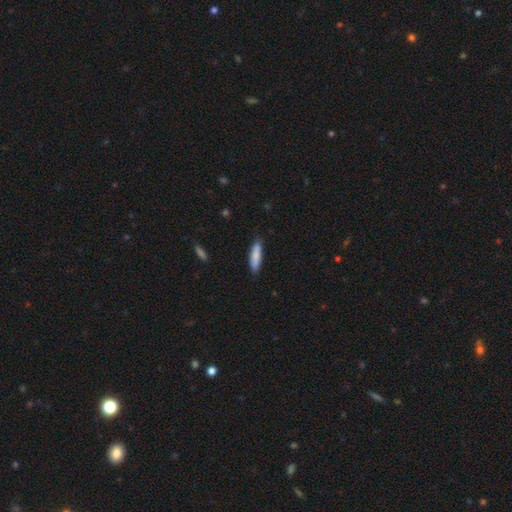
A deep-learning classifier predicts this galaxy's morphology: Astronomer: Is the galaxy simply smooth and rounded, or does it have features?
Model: smooth — 81%.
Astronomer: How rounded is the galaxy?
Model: cigar-shaped — 71%.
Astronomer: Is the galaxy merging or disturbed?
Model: none — 80%.